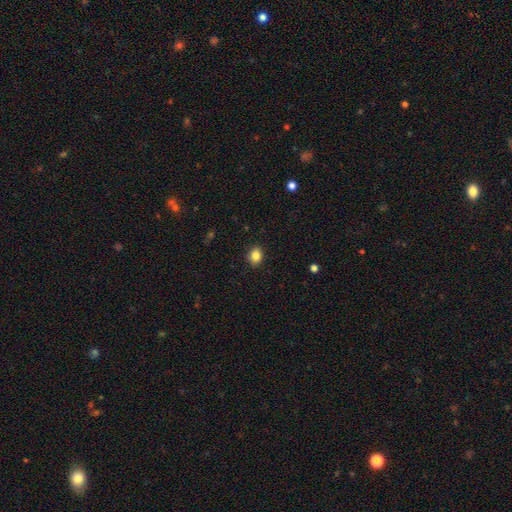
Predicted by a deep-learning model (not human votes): A smooth galaxy with no disk features (84%) that is round (54%).

Vote fractions:
- Smooth or featured? smooth: 84% / star or artifact: 10% / featured or disk: 5%
- How rounded? round: 54% / in between: 45% / cigar-shaped: 1%
- Merging? none: 90% / minor disturbance: 8% / major disturbance: 2% / merger: 1%